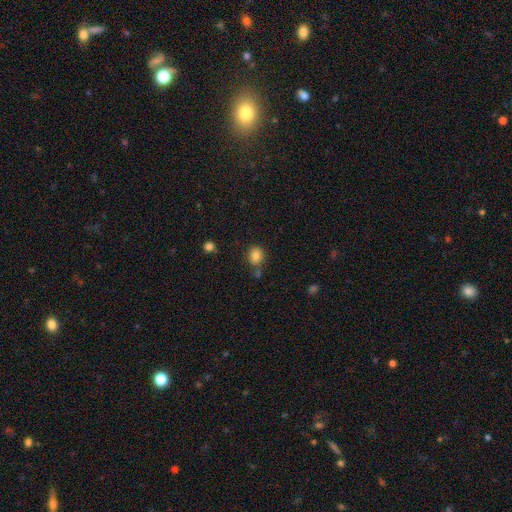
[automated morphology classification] smooth 83%, star or artifact 11%, featured or disk 6%. Down the decision tree: how rounded — round (72%); merging — none (72%).